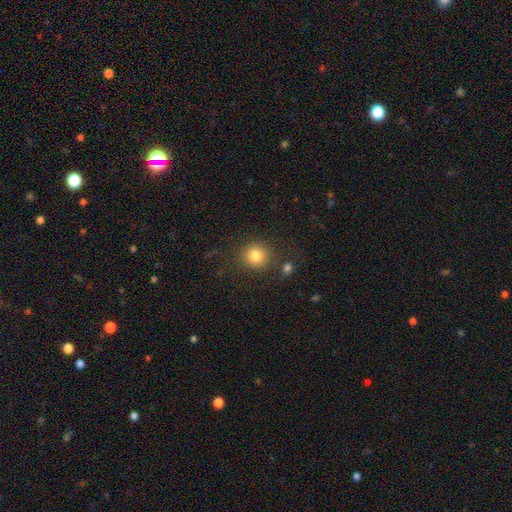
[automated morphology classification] Smooth or featured: smooth — 82% (star or artifact — 11%)
How rounded: round — 89% (in between — 10%)
Merging: none — 81% (minor disturbance — 9%)